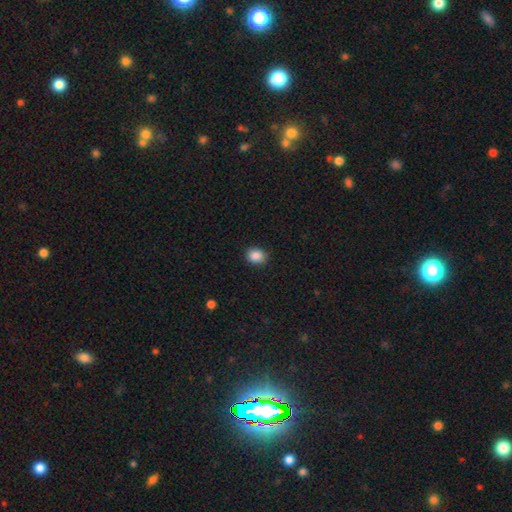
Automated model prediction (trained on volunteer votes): smooth-or-featured: smooth: 88% | star or artifact: 9% | featured or disk: 3%
  how-rounded: round: 55% | in between: 44% | cigar-shaped: 1%
  merging: none: 88% | minor disturbance: 9% | major disturbance: 2% | merger: 1%